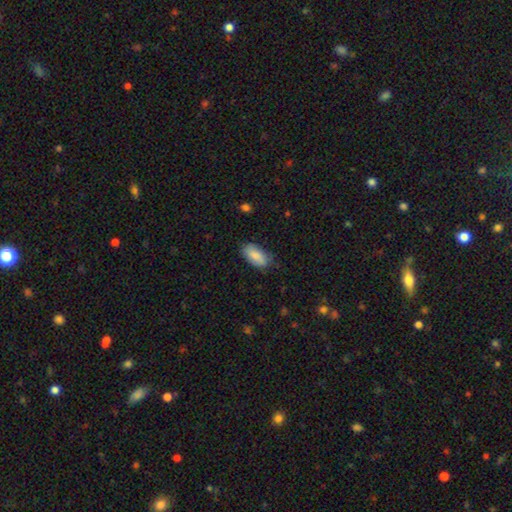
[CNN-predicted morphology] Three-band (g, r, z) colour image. It shows a smooth galaxy with no disk features (85%) that is in between round and cigar-shaped (93%). Merging: none (74%).